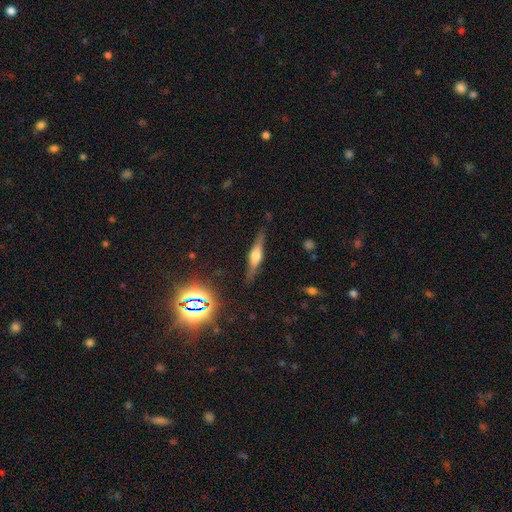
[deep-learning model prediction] smooth_or_featured: featured or disk (p=0.64) [alt: smooth p=0.26]
disk_edge_on: yes (p=0.95) [alt: no p=0.05]
edge_on_bulge: rounded (p=0.84) [alt: boxy p=0.13]
merging: none (p=0.85) [alt: minor disturbance p=0.11]